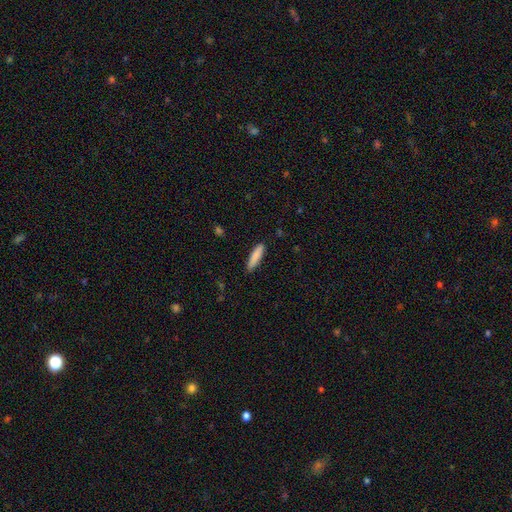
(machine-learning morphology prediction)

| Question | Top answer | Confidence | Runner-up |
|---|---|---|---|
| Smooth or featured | smooth | 85% | featured or disk (9%) |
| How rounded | cigar-shaped | 81% | in between (18%) |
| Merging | none | 87% | minor disturbance (10%) |